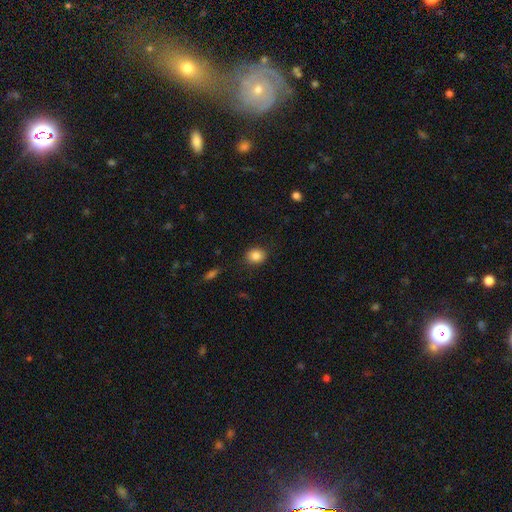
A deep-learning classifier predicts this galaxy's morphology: A smooth galaxy with no disk features (85%) that is round (52%).

Vote fractions:
- Smooth or featured? smooth: 85% / star or artifact: 9% / featured or disk: 6%
- How rounded? round: 52% / in between: 47% / cigar-shaped: 1%
- Merging? none: 86% / minor disturbance: 10% / major disturbance: 3% / merger: 1%